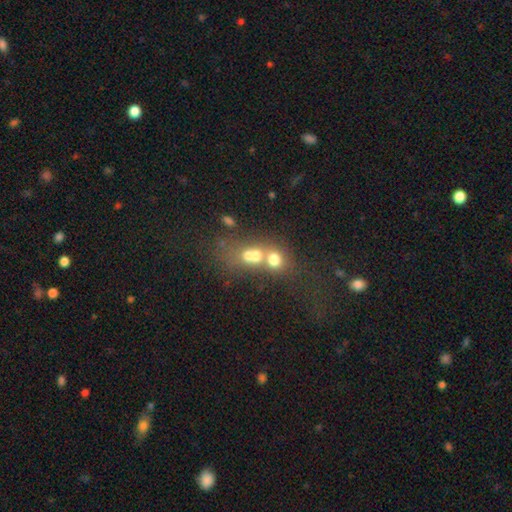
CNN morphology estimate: Smooth or featured? smooth (61%)
How rounded? round (66%)
Merging? merger (68%)